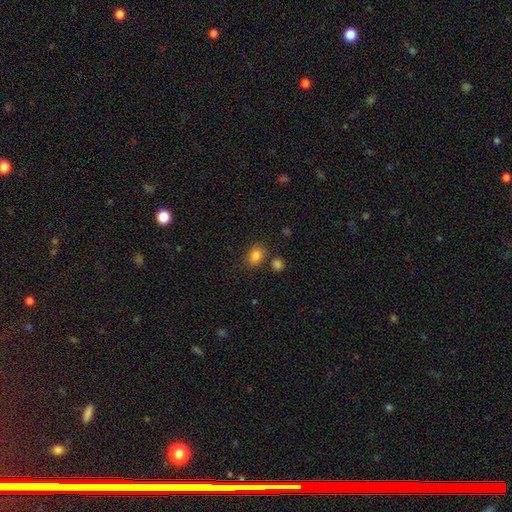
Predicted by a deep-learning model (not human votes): A smooth galaxy with no disk features (83%) that is in between round and cigar-shaped (65%). Merging: none (76%).